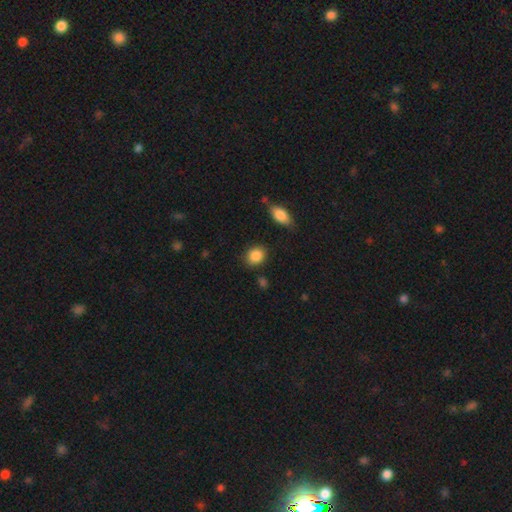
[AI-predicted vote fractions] Smooth or featured? Predicted: smooth (p=0.88). How rounded? Predicted: round (p=0.55). Merging? Predicted: none (p=0.84).